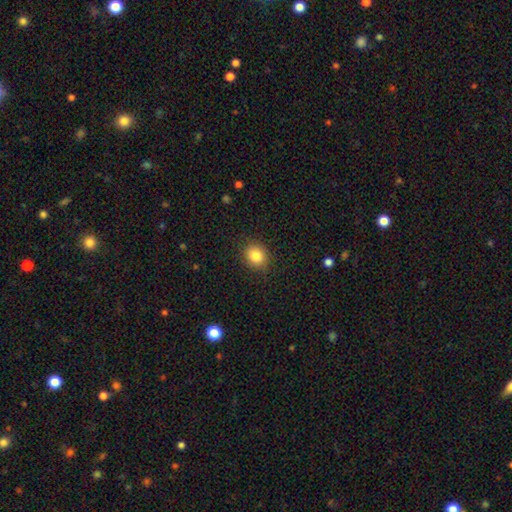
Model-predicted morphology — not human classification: Smooth or featured?
  - smooth: 83% *
  - star or artifact: 10%
  - featured or disk: 6%
How rounded?
  - round: 72% *
  - in between: 27%
  - cigar-shaped: 1%
Merging?
  - none: 87% *
  - minor disturbance: 10%
  - major disturbance: 3%
  - merger: 1%